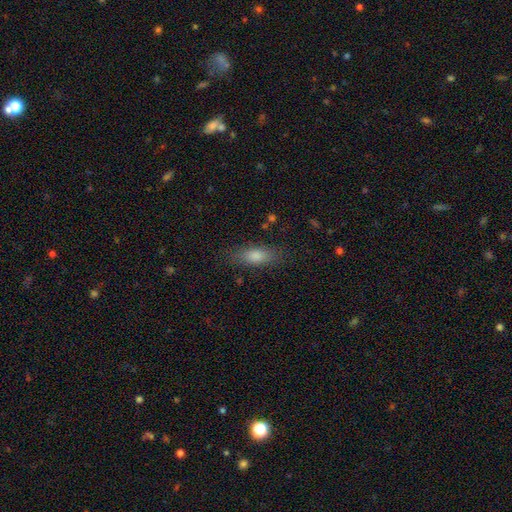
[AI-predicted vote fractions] Smooth or featured? Predicted: smooth (p=0.76). How rounded? Predicted: in between (p=0.67). Merging? Predicted: none (p=0.83).